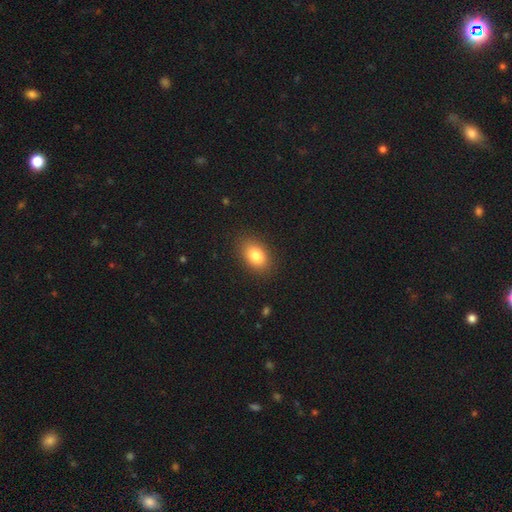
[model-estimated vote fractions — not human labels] This is clearly a smooth galaxy (84%). How rounded: clearly in between (85%). Merging: clearly none (87%).